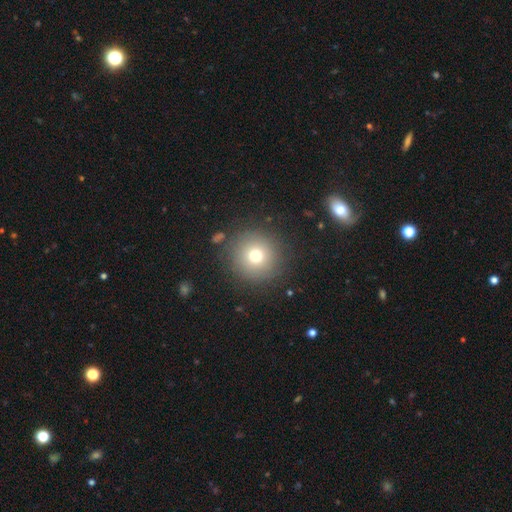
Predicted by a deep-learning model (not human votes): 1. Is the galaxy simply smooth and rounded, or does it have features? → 73% smooth, 14% star or artifact, 13% featured or disk.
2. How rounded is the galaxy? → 95% round, 4% in between, 1% cigar-shaped.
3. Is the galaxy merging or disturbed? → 87% none, 8% minor disturbance, 4% major disturbance, 2% merger.